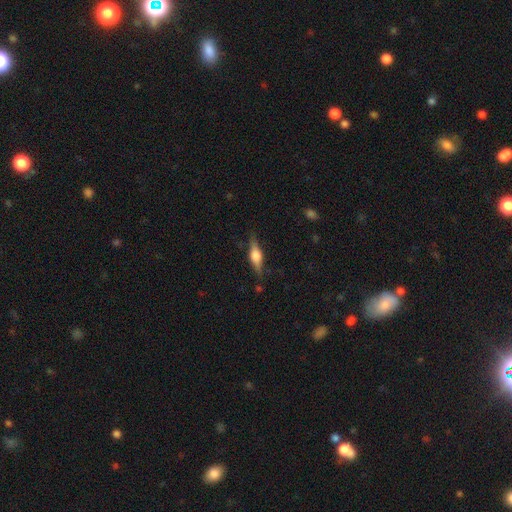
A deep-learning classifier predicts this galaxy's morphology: A featured or disk galaxy (63%) viewed edge-on (96%) with a rounded central bulge (88%).

Vote fractions:
- Smooth or featured? featured or disk: 63% / smooth: 31% / star or artifact: 7%
- Edge-on disk? yes: 96% / no: 4%
- Edge-on bulge? rounded: 88% / boxy: 11% / none: 2%
- Merging? none: 82% / minor disturbance: 13% / major disturbance: 3% / merger: 2%